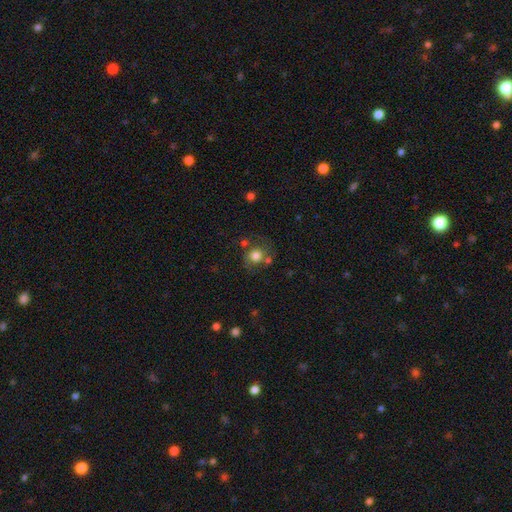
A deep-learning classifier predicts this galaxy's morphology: Smooth or featured: smooth — 74% (featured or disk — 15%)
How rounded: round — 82% (in between — 17%)
Merging: none — 62% (minor disturbance — 17%)